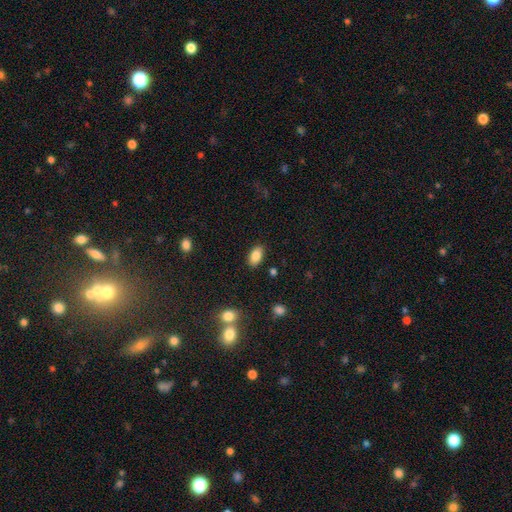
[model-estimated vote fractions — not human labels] Smooth or featured?
  - smooth: 85% *
  - star or artifact: 8%
  - featured or disk: 7%
How rounded?
  - in between: 92% *
  - round: 5%
  - cigar-shaped: 3%
Merging?
  - none: 87% *
  - minor disturbance: 9%
  - major disturbance: 2%
  - merger: 2%